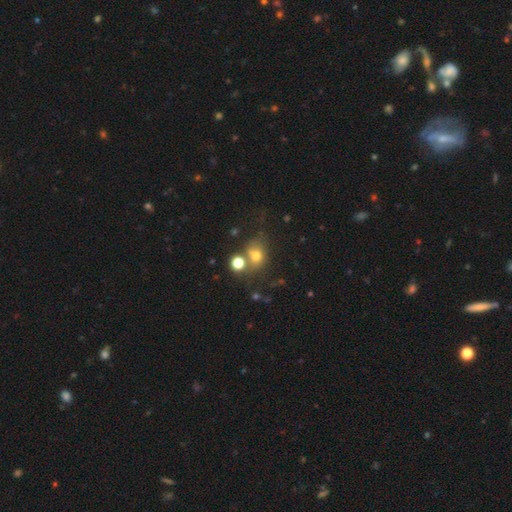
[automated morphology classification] smooth-or-featured: smooth: 70% | star or artifact: 17% | featured or disk: 13%
  how-rounded: round: 64% | in between: 34% | cigar-shaped: 1%
  merging: none: 51% | merger: 25% | minor disturbance: 16% | major disturbance: 9%